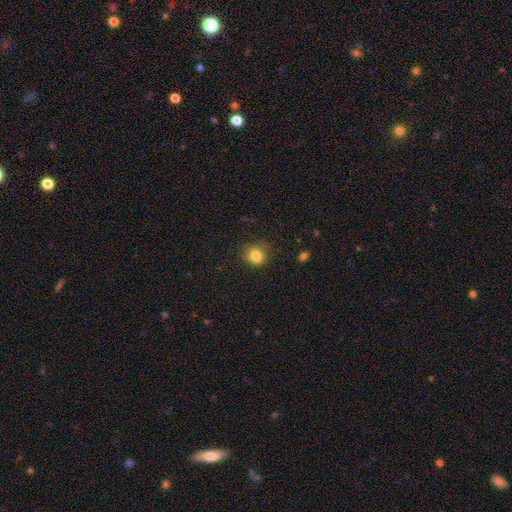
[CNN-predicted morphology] Smooth or featured?
  - smooth: 84% *
  - star or artifact: 11%
  - featured or disk: 5%
How rounded?
  - round: 83% *
  - in between: 16%
  - cigar-shaped: 1%
Merging?
  - none: 81% *
  - minor disturbance: 14%
  - major disturbance: 4%
  - merger: 1%